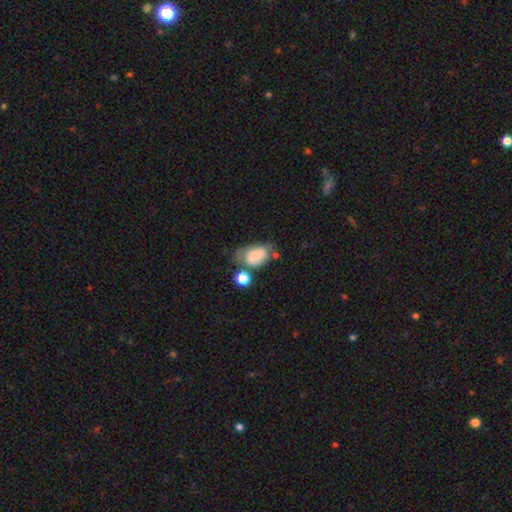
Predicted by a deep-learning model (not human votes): This is possibly a smooth galaxy (53%). How rounded: clearly in between (80%). Merging: marginally none (37%).